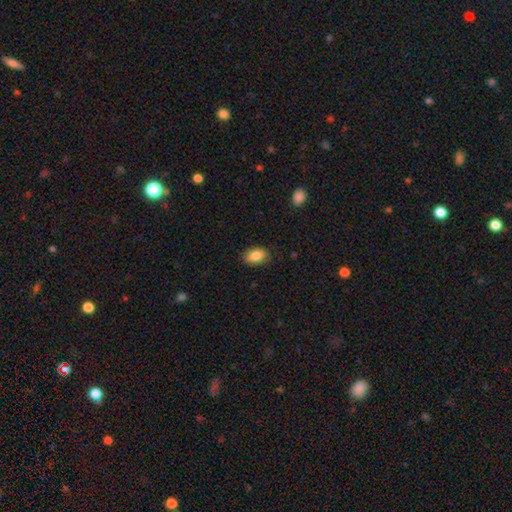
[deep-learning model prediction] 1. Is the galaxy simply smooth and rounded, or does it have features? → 83% smooth, 10% featured or disk, 7% star or artifact.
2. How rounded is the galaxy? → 89% in between, 9% round, 2% cigar-shaped.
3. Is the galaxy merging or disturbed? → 82% none, 14% minor disturbance, 3% major disturbance, 1% merger.